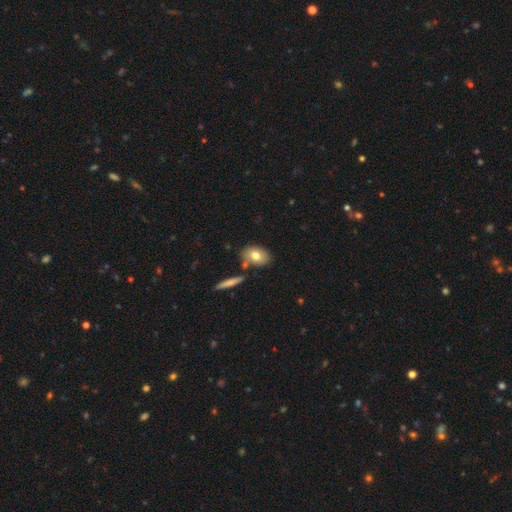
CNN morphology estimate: Smooth or featured: smooth — 74% (featured or disk — 19%)
How rounded: in between — 81% (round — 16%)
Merging: none — 72% (merger — 13%)